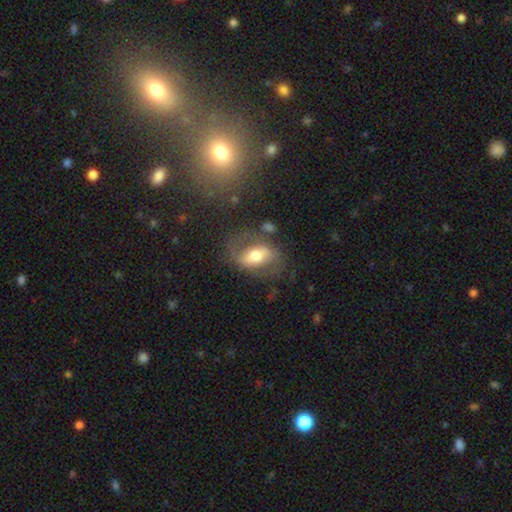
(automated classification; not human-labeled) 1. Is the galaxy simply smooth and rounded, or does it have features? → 59% featured or disk, 34% smooth, 8% star or artifact.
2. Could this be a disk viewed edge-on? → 87% no, 13% yes.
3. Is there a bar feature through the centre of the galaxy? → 46% strong, 31% weak, 23% no.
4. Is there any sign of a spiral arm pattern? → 62% yes, 38% no.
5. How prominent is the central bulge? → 63% moderate, 21% large, 12% small, 2% dominant, 1% none.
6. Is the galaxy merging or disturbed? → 60% none, 19% minor disturbance, 16% major disturbance, 5% merger.